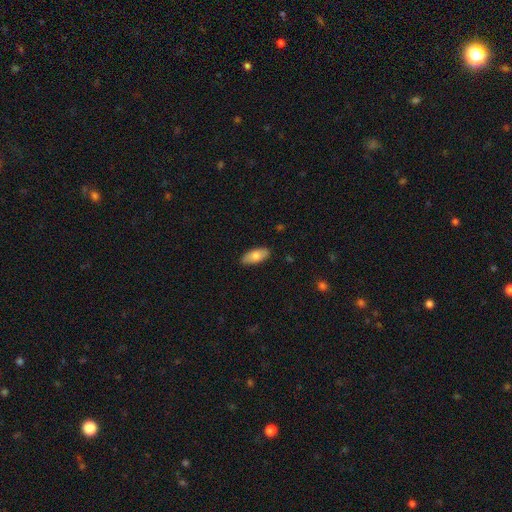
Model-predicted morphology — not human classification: A smooth galaxy with no disk features (78%) that is in between round and cigar-shaped (87%).

Vote fractions:
- Smooth or featured? smooth: 78% / featured or disk: 16% / star or artifact: 6%
- How rounded? in between: 87% / cigar-shaped: 11% / round: 2%
- Merging? none: 88% / minor disturbance: 10% / major disturbance: 2% / merger: 1%